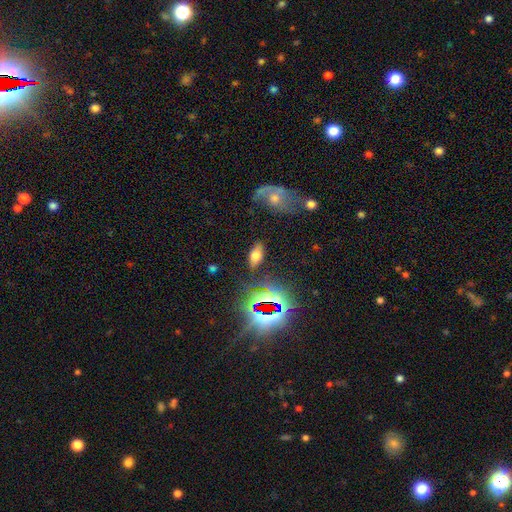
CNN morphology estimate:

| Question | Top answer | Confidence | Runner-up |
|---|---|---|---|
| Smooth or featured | smooth | 59% | star or artifact (23%) |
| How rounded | in between | 84% | cigar-shaped (11%) |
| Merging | none | 81% | minor disturbance (12%) |